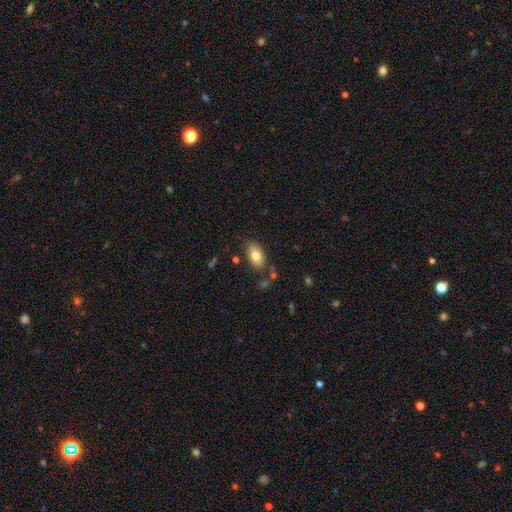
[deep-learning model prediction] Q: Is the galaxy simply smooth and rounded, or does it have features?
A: smooth — 79%.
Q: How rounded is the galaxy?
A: in between — 92%.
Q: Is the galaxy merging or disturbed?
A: none — 77%.